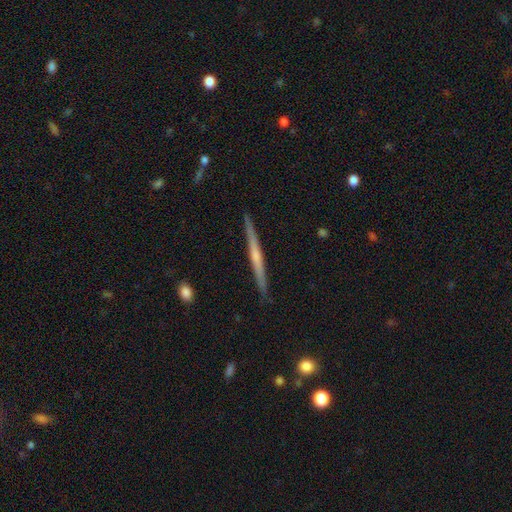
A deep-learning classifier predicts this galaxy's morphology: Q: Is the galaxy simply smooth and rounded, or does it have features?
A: featured or disk — 73%.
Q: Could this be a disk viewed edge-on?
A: yes — 98%.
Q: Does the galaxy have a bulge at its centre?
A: rounded — 67%.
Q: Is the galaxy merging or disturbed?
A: none — 90%.